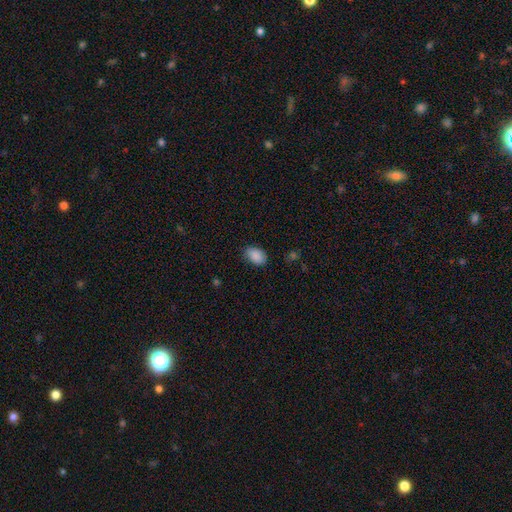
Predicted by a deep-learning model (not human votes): Smooth or featured: smooth — 89% (star or artifact — 7%)
How rounded: in between — 87% (round — 12%)
Merging: none — 82% (minor disturbance — 14%)